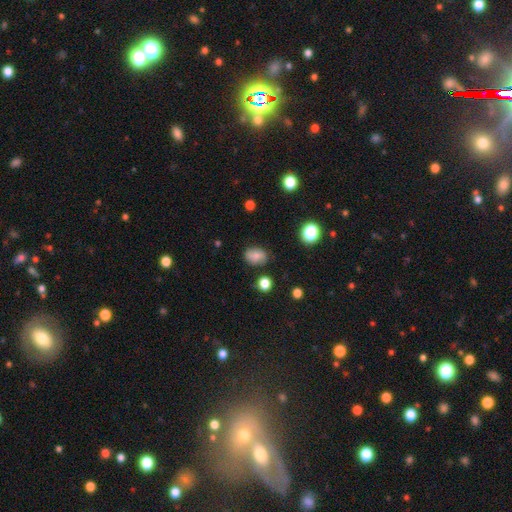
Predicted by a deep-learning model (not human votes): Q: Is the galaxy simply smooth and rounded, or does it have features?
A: smooth — 78%.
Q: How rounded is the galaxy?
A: in between — 73%.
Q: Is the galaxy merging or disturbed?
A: none — 77%.